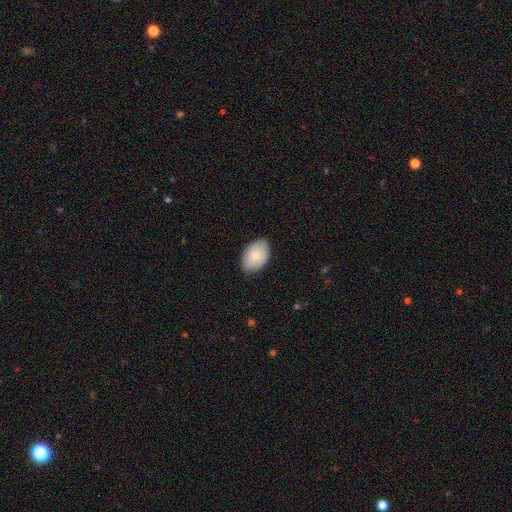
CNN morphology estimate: This appears to be a smooth galaxy with no disk features (79%) that is in between round and cigar-shaped (89%). Merging: none (84%).